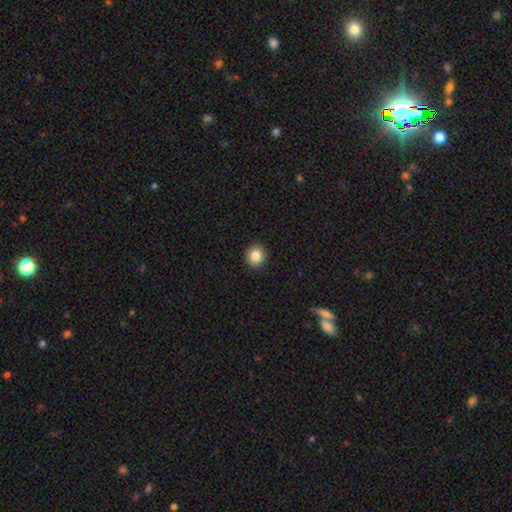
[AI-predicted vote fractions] smooth-or-featured: smooth: 85% | star or artifact: 9% | featured or disk: 6%
  how-rounded: round: 84% | in between: 15% | cigar-shaped: 1%
  merging: none: 92% | minor disturbance: 5% | major disturbance: 2% | merger: 1%